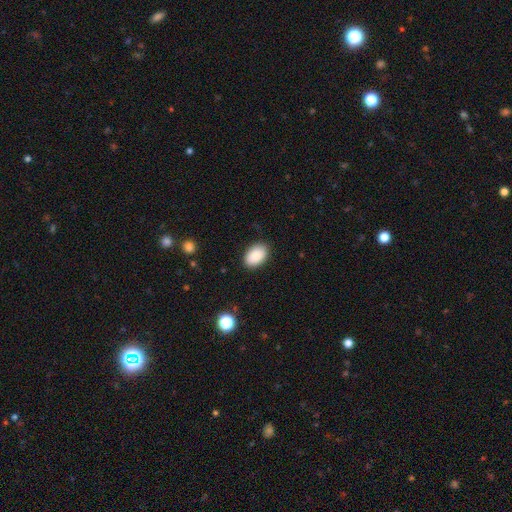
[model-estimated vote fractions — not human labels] smooth_or_featured: smooth (p=0.86) [alt: star or artifact p=0.07]
how_rounded: in between (p=0.90) [alt: round p=0.09]
merging: none (p=0.87) [alt: minor disturbance p=0.10]